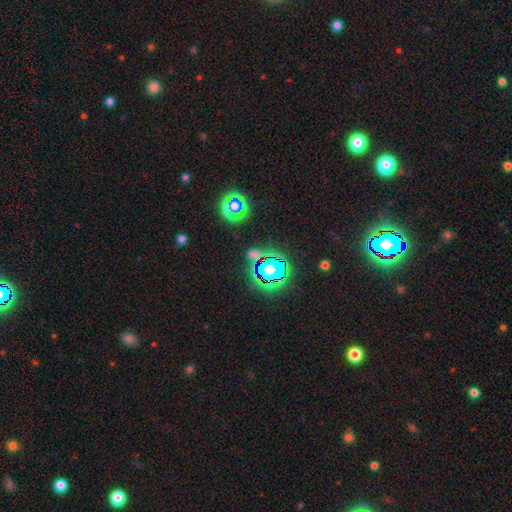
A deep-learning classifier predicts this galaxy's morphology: A star or artifact, not a galaxy (75%).